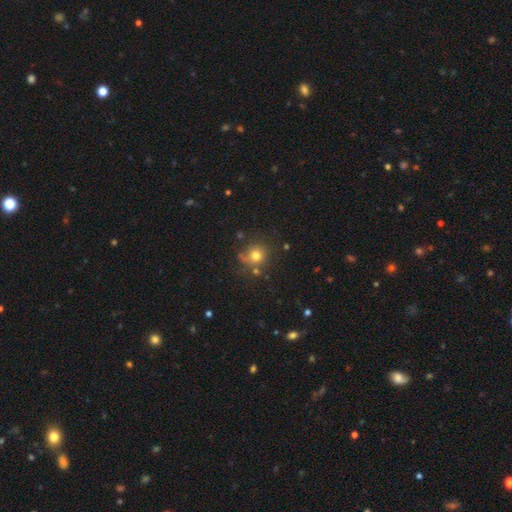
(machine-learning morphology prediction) Smooth or featured? smooth (74%)
How rounded? round (86%)
Merging? none (67%)